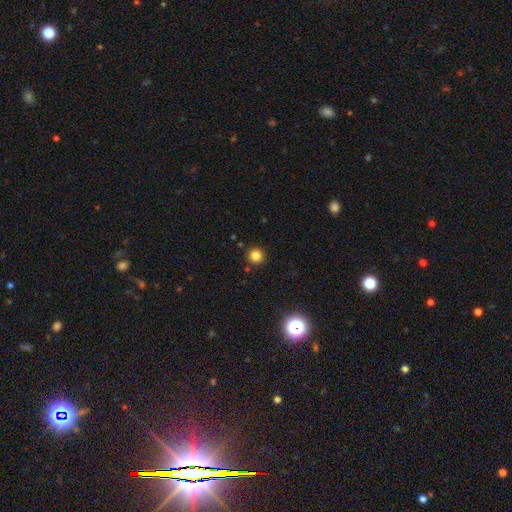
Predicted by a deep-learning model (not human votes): smooth 82%, star or artifact 14%, featured or disk 5%. Down the decision tree: how rounded — round (95%); merging — none (89%).